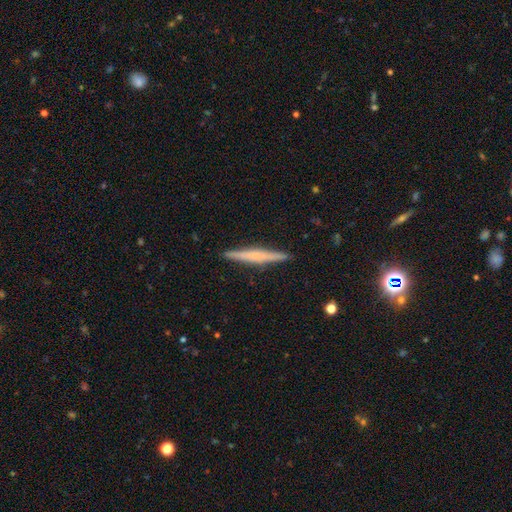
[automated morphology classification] Smooth or featured? Predicted: featured or disk (p=0.54). Edge-on disk? Predicted: yes (p=0.98). Edge-on bulge? Predicted: none (p=0.49). Merging? Predicted: none (p=0.92).